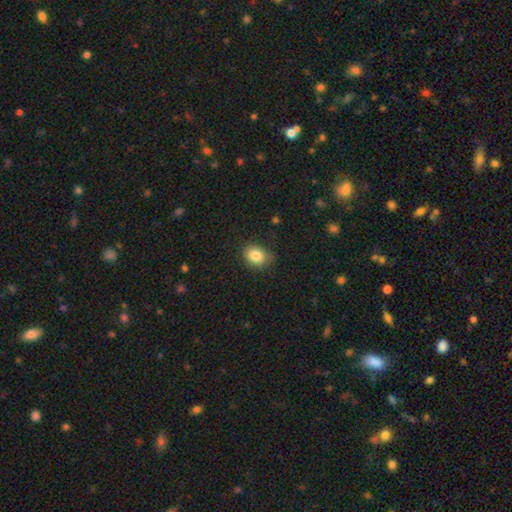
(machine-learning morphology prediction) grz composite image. It shows a smooth galaxy with no disk features (83%) that is in between round and cigar-shaped (56%). Merging: none (78%).